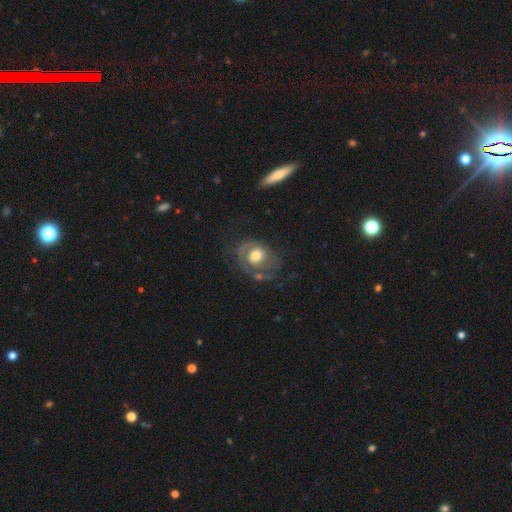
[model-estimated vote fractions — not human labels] Smooth or featured: featured or disk — 64% (smooth — 29%)
Edge-on disk: no — 97% (yes — 3%)
Bar: no — 74% (weak — 21%)
Spiral arms: yes — 72% (no — 28%)
Bulge size: moderate — 66% (large — 21%)
Merging: none — 46% (major disturbance — 28%)